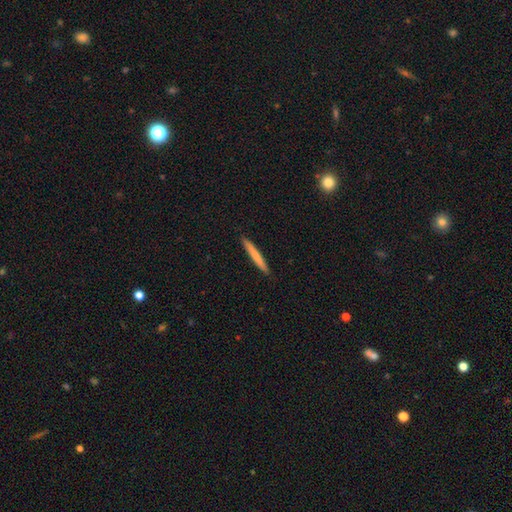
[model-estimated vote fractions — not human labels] A smooth galaxy with no disk features (72%) that is cigar-shaped (97%).

Vote fractions:
- Smooth or featured? smooth: 72% / featured or disk: 22% / star or artifact: 5%
- How rounded? cigar-shaped: 97% / in between: 2% / round: 1%
- Merging? none: 92% / minor disturbance: 6% / major disturbance: 1% / merger: 1%